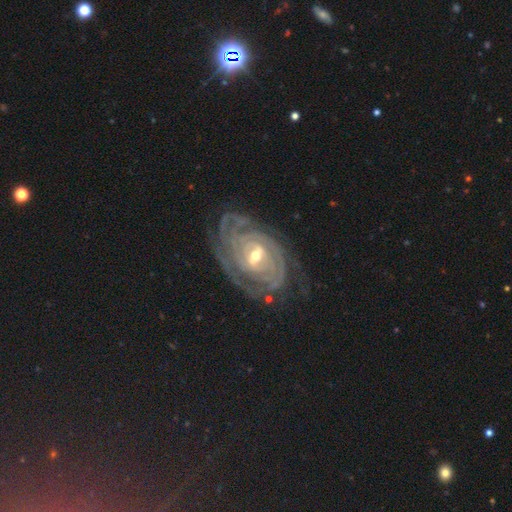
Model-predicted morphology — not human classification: smooth-or-featured: featured or disk: 90% | smooth: 5% | star or artifact: 5%
  disk-edge-on: no: 96% | yes: 4%
    bar: weak: 49% | strong: 29% | no: 22%
    has-spiral-arms: yes: 97% | no: 3%
      spiral-winding: tight: 80% | medium: 16% | loose: 3%
      spiral-arm-count: can't tell: 29% | 4: 21% | 3: 18% | 2: 15% | more than 4: 10% | 1: 6%
    bulge-size: moderate: 54% | small: 42% | large: 3% | none: 1% | dominant: 1%
  merging: none: 69% | minor disturbance: 19% | major disturbance: 10% | merger: 2%